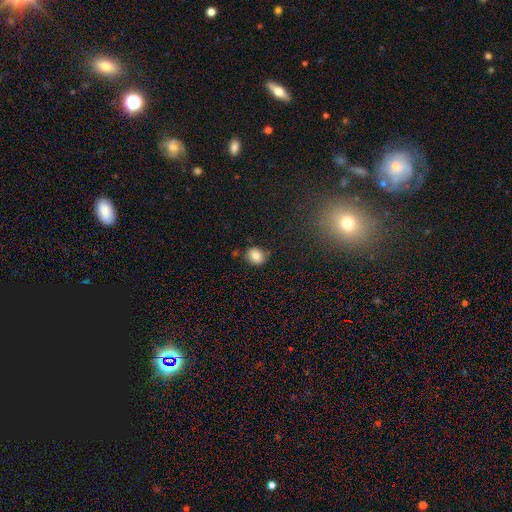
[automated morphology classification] A smooth galaxy with no disk features (82%) that is round (55%).

Vote fractions:
- Smooth or featured? smooth: 82% / star or artifact: 10% / featured or disk: 8%
- How rounded? round: 55% / in between: 44% / cigar-shaped: 1%
- Merging? none: 78% / minor disturbance: 15% / merger: 4% / major disturbance: 3%